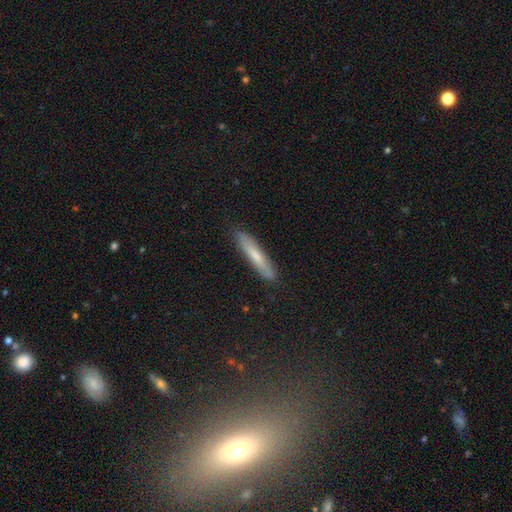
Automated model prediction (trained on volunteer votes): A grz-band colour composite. It shows a smooth galaxy with no disk features (65%) that is cigar-shaped (91%). Merging: none (87%).